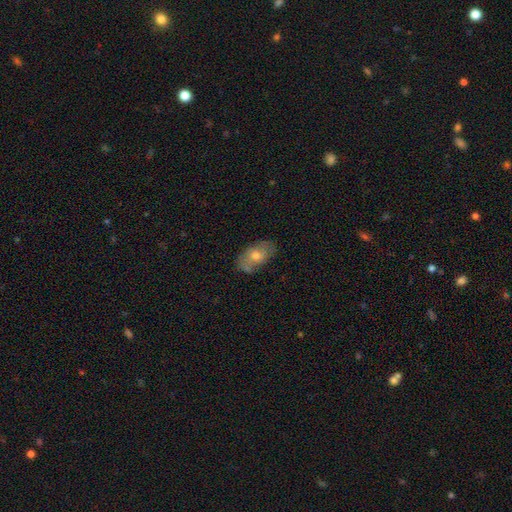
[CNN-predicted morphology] smooth_or_featured: smooth (p=0.54) [alt: featured or disk p=0.37]
how_rounded: in between (p=0.89) [alt: round p=0.08]
merging: none (p=0.71) [alt: minor disturbance p=0.21]